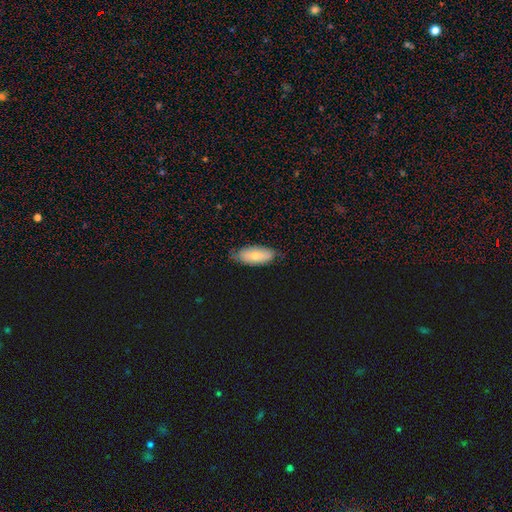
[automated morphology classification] Smooth or featured?
  - smooth: 65% *
  - featured or disk: 29%
  - star or artifact: 6%
How rounded?
  - in between: 87% *
  - cigar-shaped: 10%
  - round: 3%
Merging?
  - none: 72% *
  - minor disturbance: 23%
  - major disturbance: 4%
  - merger: 1%